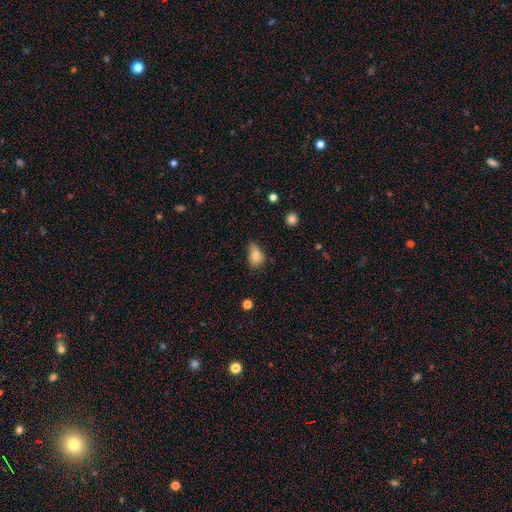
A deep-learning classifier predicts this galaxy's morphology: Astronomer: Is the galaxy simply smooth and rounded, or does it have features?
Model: smooth — 82%.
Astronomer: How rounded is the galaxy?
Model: in between — 83%.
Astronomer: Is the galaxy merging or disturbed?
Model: none — 45% (runner-up: minor disturbance, 42%).